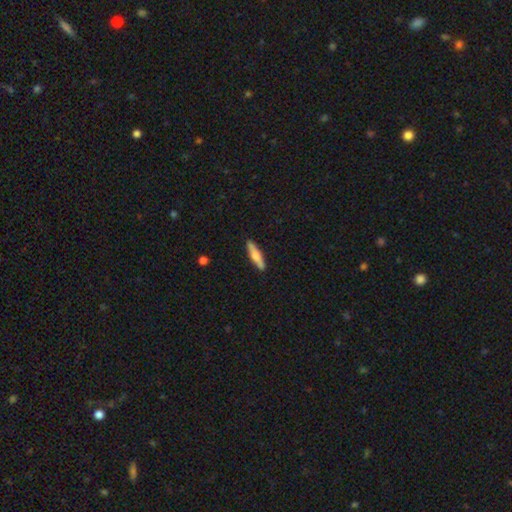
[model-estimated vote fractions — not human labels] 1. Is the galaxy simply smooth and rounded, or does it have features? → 56% smooth, 39% featured or disk, 5% star or artifact.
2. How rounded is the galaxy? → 82% cigar-shaped, 16% in between, 2% round.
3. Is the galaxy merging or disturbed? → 90% none, 7% minor disturbance, 2% major disturbance, 1% merger.